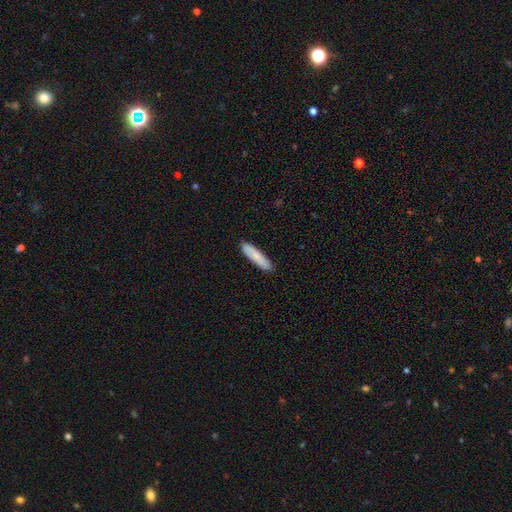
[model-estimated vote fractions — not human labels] Q: Smooth or featured?
A: smooth (79%); runner-up: featured or disk (15%)
Q: How rounded?
A: cigar-shaped (78%); runner-up: in between (21%)
Q: Merging?
A: none (89%); runner-up: minor disturbance (8%)